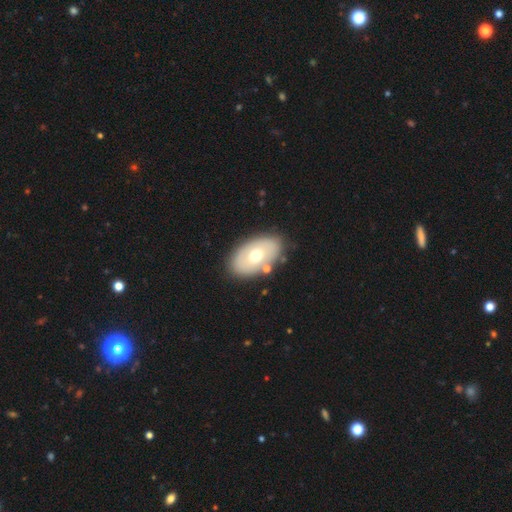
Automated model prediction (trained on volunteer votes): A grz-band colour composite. It shows a smooth galaxy with no disk features (54%) that is in between round and cigar-shaped (91%). Merging: none (79%).